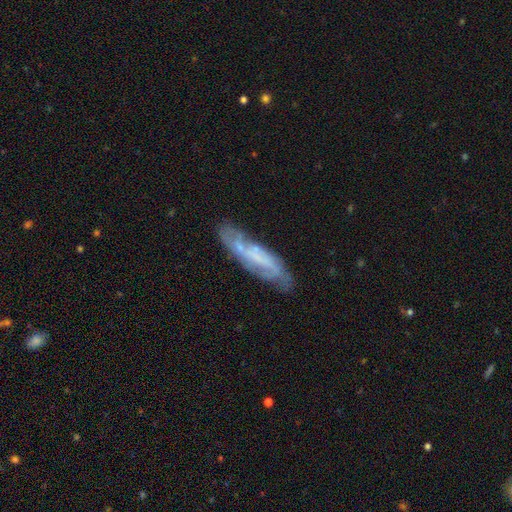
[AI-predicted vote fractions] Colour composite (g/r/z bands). It shows a featured or disk galaxy (65%). Merging: none (67%).